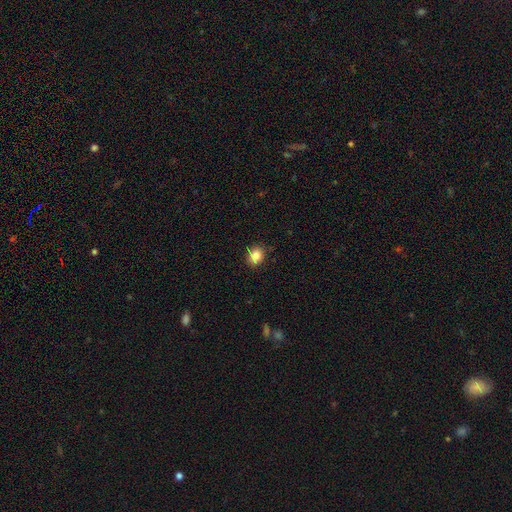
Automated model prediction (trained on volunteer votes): Morphology: type=smooth (83%); roundness=round (62%); merging=none (84%).